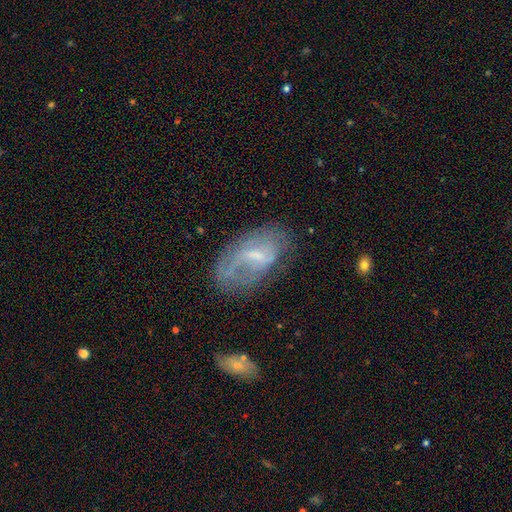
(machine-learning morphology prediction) Overall: featured or disk (64%; smooth 28%). Edge-on disk: no (94%). Bar: weak (54%; no 24%). Spiral arms: yes (67%; no 33%). Bulge size: small (48%; moderate 27%). Merging: none (51%; minor disturbance 25%).